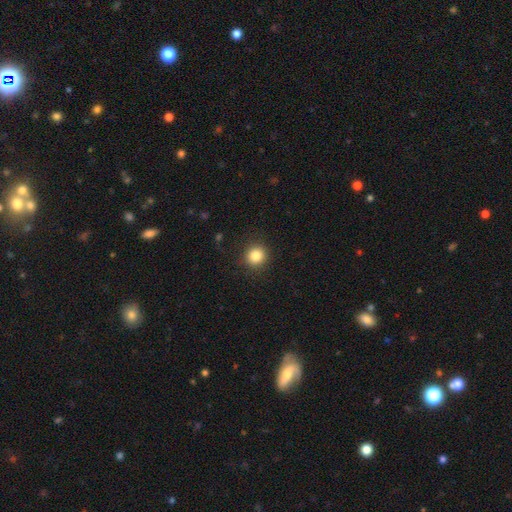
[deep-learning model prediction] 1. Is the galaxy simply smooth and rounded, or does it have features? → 85% smooth, 11% star or artifact, 5% featured or disk.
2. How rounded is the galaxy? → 89% round, 10% in between, 1% cigar-shaped.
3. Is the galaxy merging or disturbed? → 89% none, 7% minor disturbance, 3% major disturbance, 1% merger.